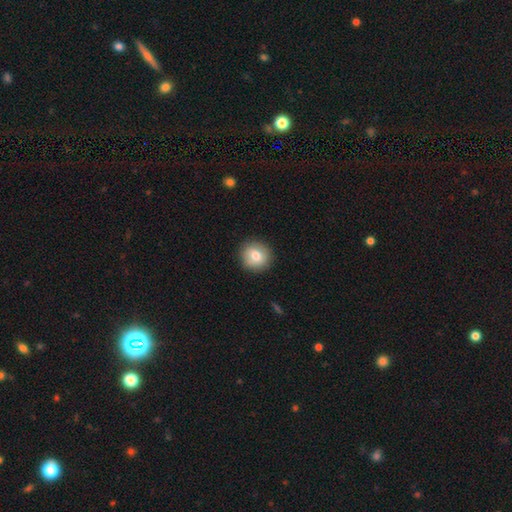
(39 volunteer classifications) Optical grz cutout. It shows a smooth galaxy with no disk features (85%) that is round (88%). Merging: none (94%).